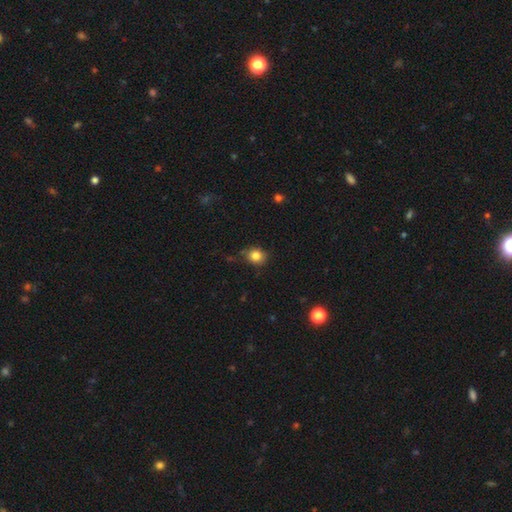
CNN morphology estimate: This appears to be a smooth galaxy with no disk features (83%) that is round (75%). Merging: none (75%).